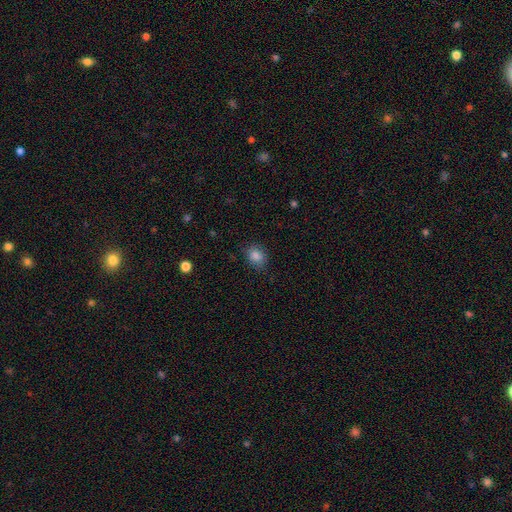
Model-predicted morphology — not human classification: The model was most divided on "how rounded": round: 53%, in between: 46%, cigar-shaped: 1%. More confident: smooth or featured — smooth (85%); merging — none (81%).